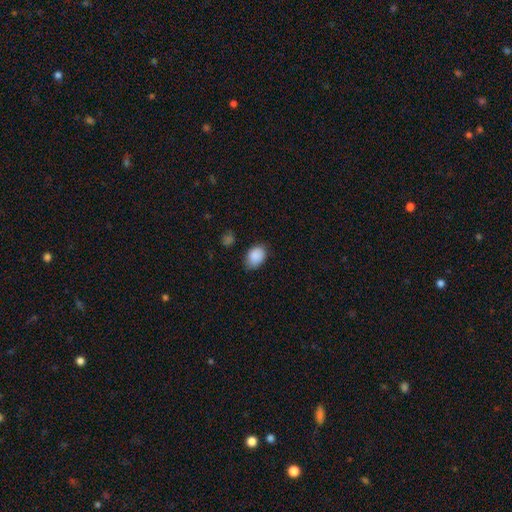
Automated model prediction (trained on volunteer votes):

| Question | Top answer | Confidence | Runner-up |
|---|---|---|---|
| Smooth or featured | smooth | 89% | star or artifact (7%) |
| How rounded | in between | 79% | round (20%) |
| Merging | none | 75% | minor disturbance (20%) |